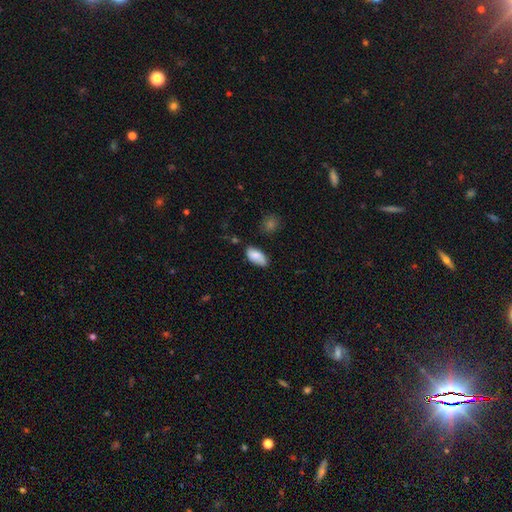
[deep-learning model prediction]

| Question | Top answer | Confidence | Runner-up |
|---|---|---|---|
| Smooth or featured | smooth | 81% | featured or disk (12%) |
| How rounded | in between | 93% | cigar-shaped (5%) |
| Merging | none | 68% | minor disturbance (24%) |